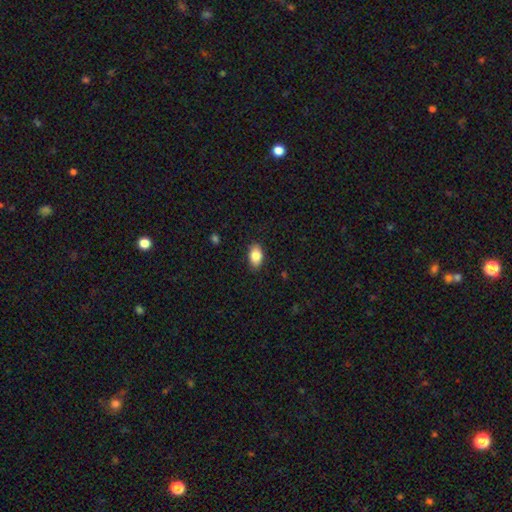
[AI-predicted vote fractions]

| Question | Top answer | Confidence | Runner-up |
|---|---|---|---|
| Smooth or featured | smooth | 85% | star or artifact (8%) |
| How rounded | in between | 89% | round (9%) |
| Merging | none | 87% | minor disturbance (10%) |